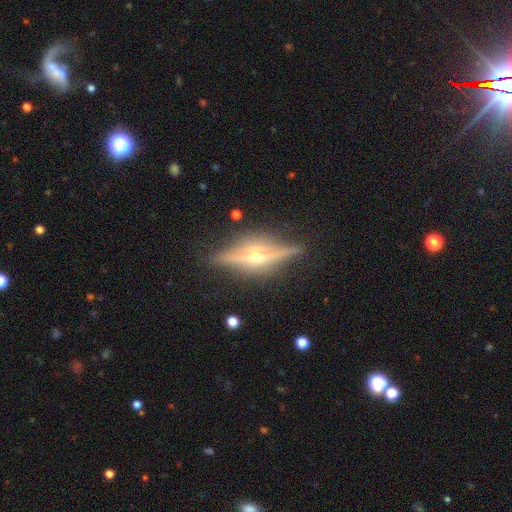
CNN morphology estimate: Q: Smooth or featured?
A: featured or disk (85%); runner-up: smooth (9%)
Q: Edge-on disk?
A: yes (95%); runner-up: no (5%)
Q: Edge-on bulge?
A: rounded (94%); runner-up: boxy (4%)
Q: Merging?
A: none (84%); runner-up: minor disturbance (11%)